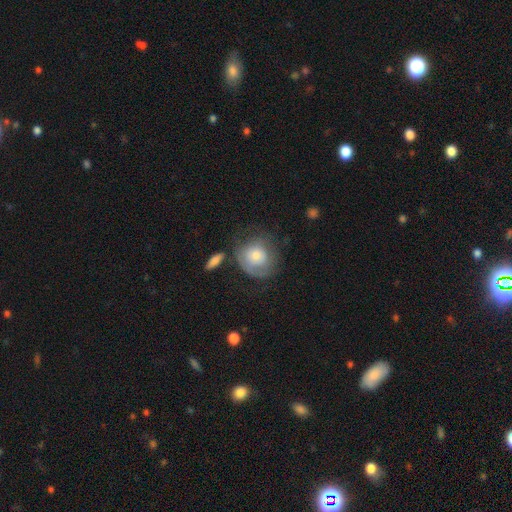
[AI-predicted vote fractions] A smooth galaxy with no disk features (54%) that is round (80%). Merging: none (53%).